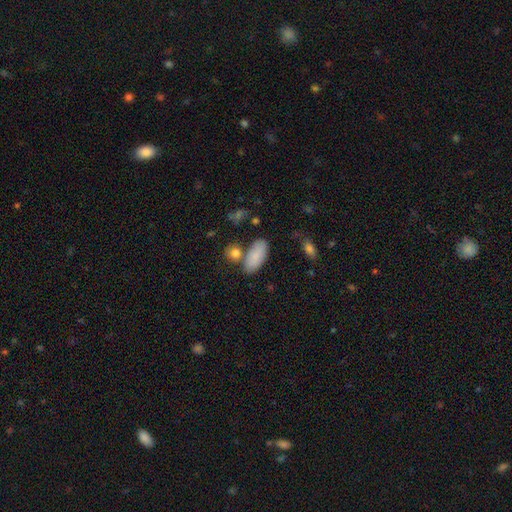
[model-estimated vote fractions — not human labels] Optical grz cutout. It shows a smooth galaxy with no disk features (86%) that is in between round and cigar-shaped (88%). Merging: none (68%).